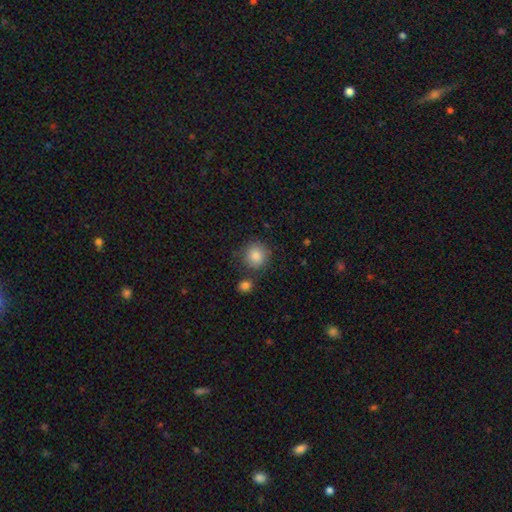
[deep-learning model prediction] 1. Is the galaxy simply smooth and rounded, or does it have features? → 85% smooth, 9% star or artifact, 6% featured or disk.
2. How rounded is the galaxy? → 91% round, 8% in between, 1% cigar-shaped.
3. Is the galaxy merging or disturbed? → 79% none, 10% minor disturbance, 7% merger, 3% major disturbance.